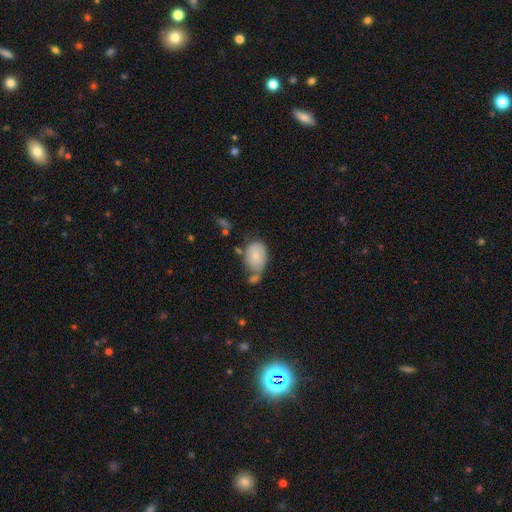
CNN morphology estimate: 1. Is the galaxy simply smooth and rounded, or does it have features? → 74% smooth, 19% featured or disk, 7% star or artifact.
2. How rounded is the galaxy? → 79% in between, 20% round, 1% cigar-shaped.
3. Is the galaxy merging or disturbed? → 38% none, 27% merger, 25% minor disturbance, 10% major disturbance.